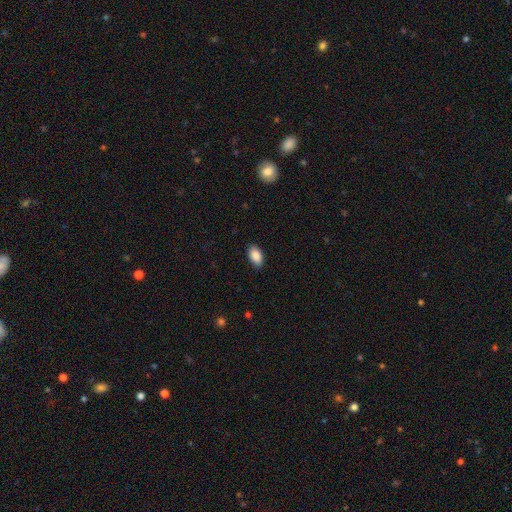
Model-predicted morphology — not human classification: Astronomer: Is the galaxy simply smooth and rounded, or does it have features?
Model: smooth — 89%.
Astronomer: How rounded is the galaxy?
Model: in between — 93%.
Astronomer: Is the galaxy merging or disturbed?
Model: none — 88%.